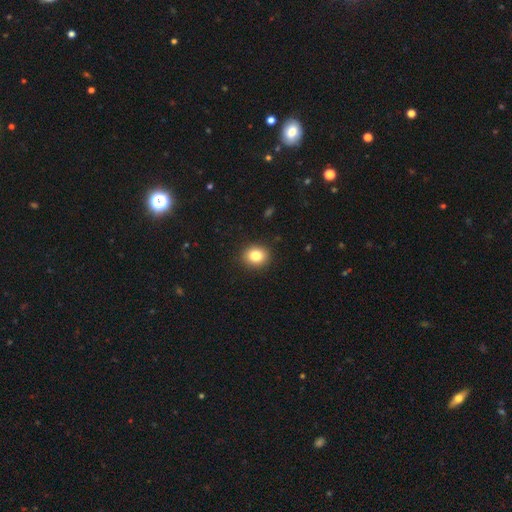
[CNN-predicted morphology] A smooth galaxy with no disk features (82%) that is round (69%). Merging: none (91%).